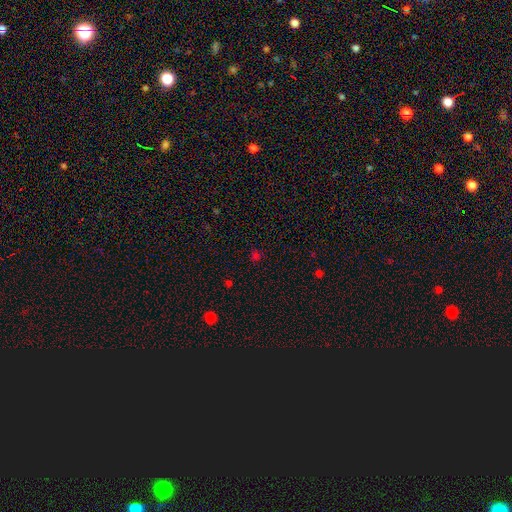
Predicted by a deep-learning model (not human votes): Q: Smooth or featured?
A: smooth (52%); runner-up: star or artifact (42%)
Q: How rounded?
A: round (81%); runner-up: in between (17%)
Q: Merging?
A: none (80%); runner-up: minor disturbance (11%)